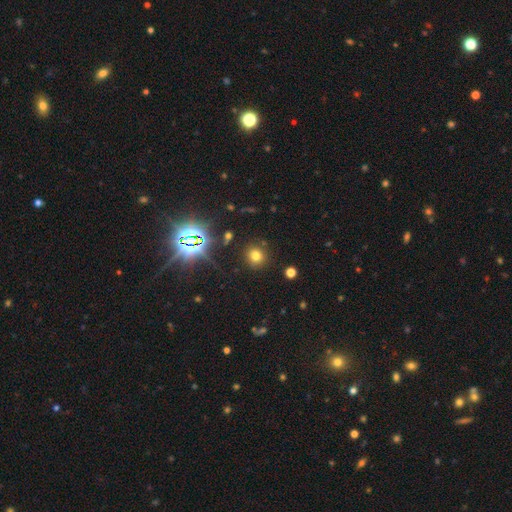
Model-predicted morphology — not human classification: This appears to be a smooth galaxy with no disk features (68%) that is round (89%). Merging: none (87%).